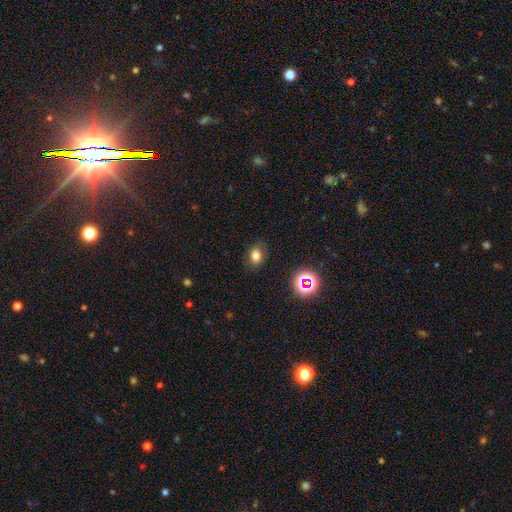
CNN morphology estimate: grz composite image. It shows a smooth galaxy with no disk features (75%) that is in between round and cigar-shaped (57%). Merging: none (81%).